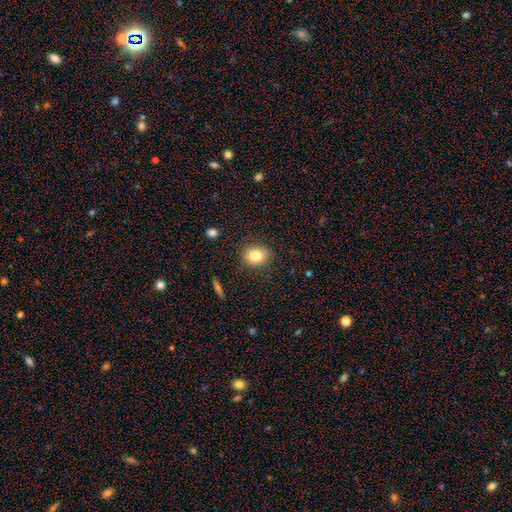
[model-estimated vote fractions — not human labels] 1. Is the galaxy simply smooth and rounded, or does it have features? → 80% smooth, 10% featured or disk, 10% star or artifact.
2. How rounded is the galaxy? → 50% in between, 49% round, 1% cigar-shaped.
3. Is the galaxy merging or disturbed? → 85% none, 11% minor disturbance, 3% major disturbance, 1% merger.